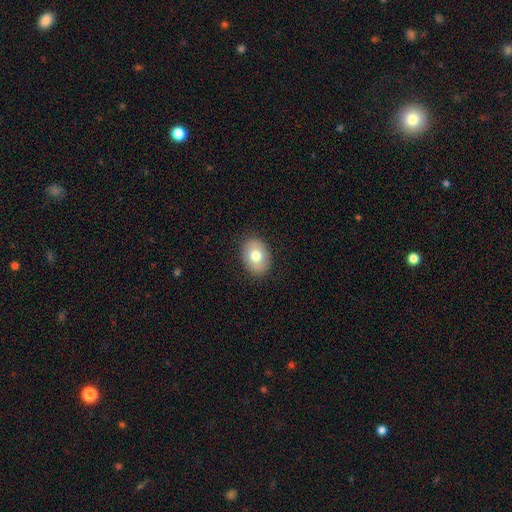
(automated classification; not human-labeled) A smooth galaxy with no disk features (74%) that is in between round and cigar-shaped (70%).

Vote fractions:
- Smooth or featured? smooth: 74% / featured or disk: 18% / star or artifact: 8%
- How rounded? in between: 70% / round: 29% / cigar-shaped: 1%
- Merging? none: 88% / minor disturbance: 9% / major disturbance: 2% / merger: 1%